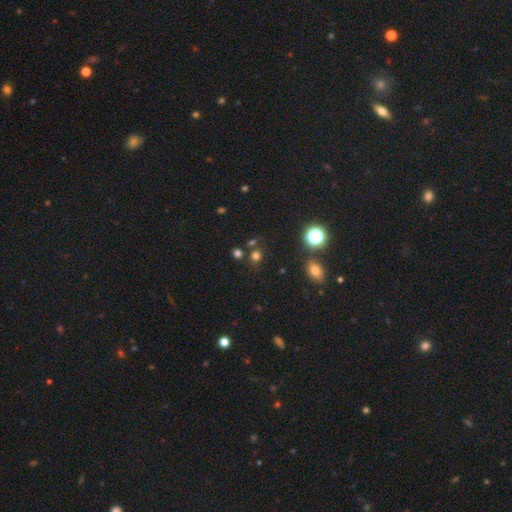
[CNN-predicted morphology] type=smooth (66%); roundness=round (76%); merging=none (74%).